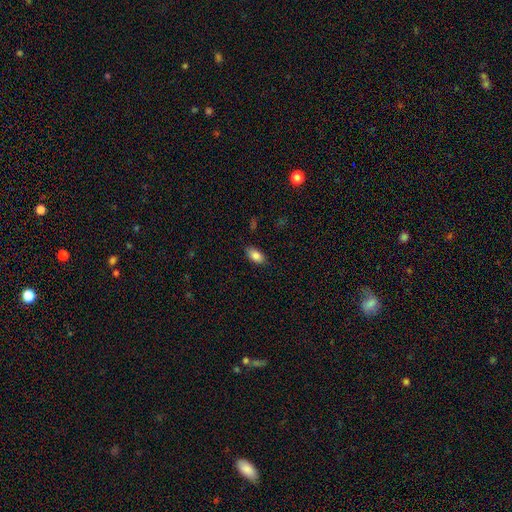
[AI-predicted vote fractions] smooth-or-featured: smooth: 86% | star or artifact: 8% | featured or disk: 7%
  how-rounded: in between: 92% | cigar-shaped: 4% | round: 4%
  merging: none: 85% | minor disturbance: 11% | major disturbance: 2% | merger: 1%